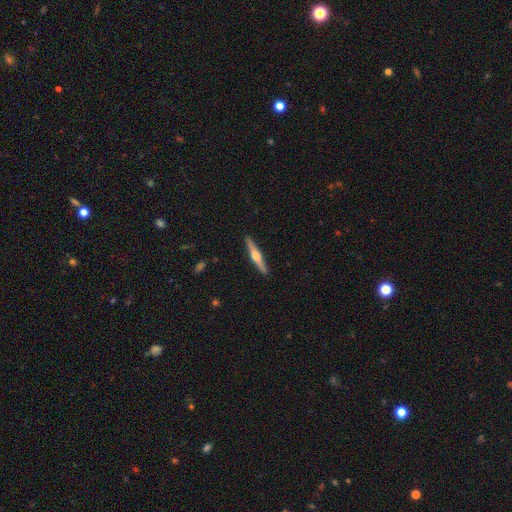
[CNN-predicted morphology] Overall: featured or disk (72%). Edge-on disk: yes (98%). Edge-on bulge: rounded (93%). Merging: none (92%).